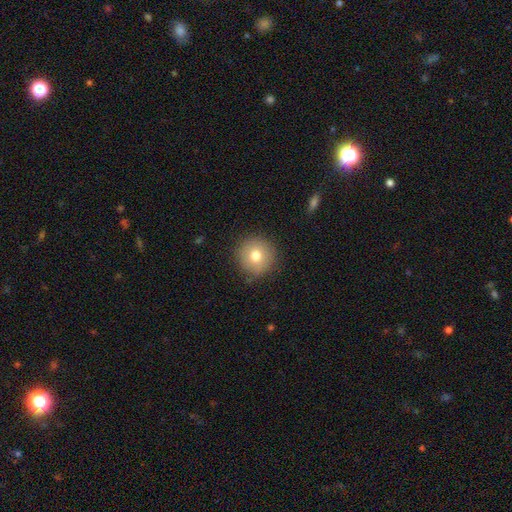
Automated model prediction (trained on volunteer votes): Overall: smooth (75%). How rounded: round (94%). Merging: none (86%).